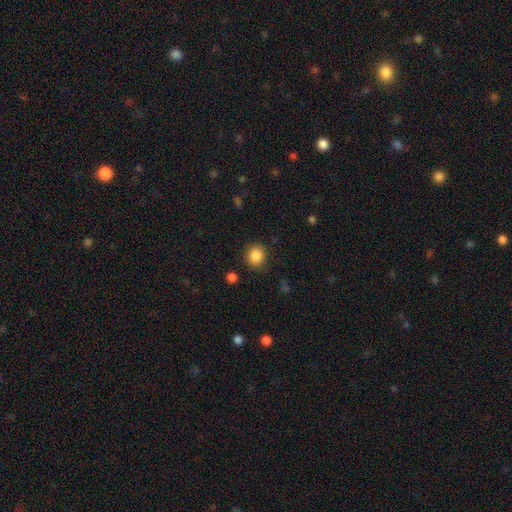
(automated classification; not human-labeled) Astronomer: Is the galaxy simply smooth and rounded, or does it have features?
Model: smooth — 87%.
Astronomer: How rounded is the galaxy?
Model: round — 82%.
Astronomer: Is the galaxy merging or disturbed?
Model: none — 87%.